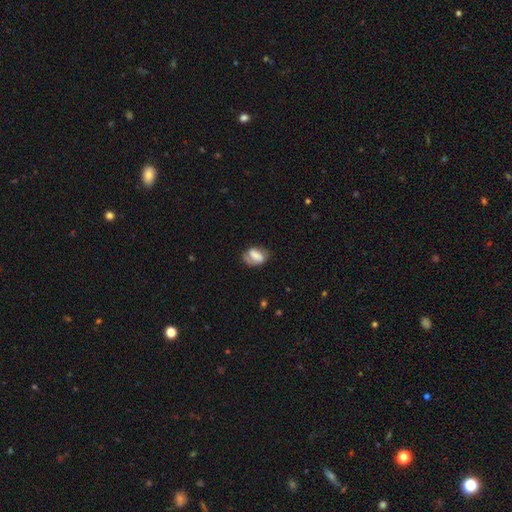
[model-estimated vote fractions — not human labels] A smooth galaxy with no disk features (63%) that is in between round and cigar-shaped (77%).

Vote fractions:
- Smooth or featured? smooth: 63% / featured or disk: 28% / star or artifact: 9%
- How rounded? in between: 77% / round: 20% / cigar-shaped: 3%
- Merging? none: 49% / minor disturbance: 31% / major disturbance: 15% / merger: 6%